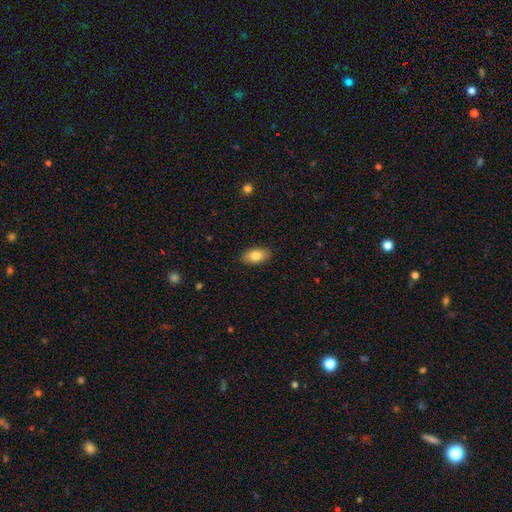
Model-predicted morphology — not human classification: This is clearly a smooth galaxy (82%). How rounded: clearly in between (92%). Merging: clearly none (88%).